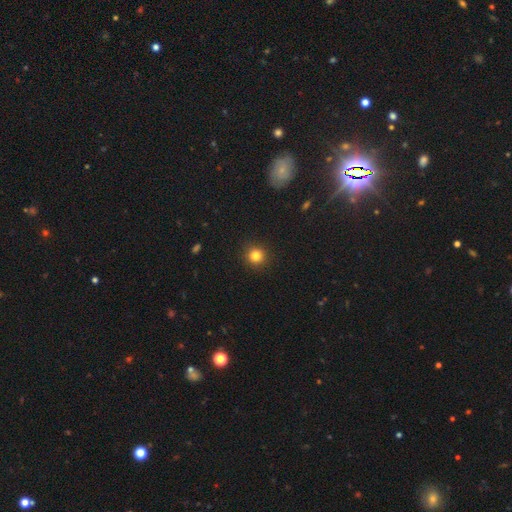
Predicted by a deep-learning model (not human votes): A smooth galaxy with no disk features (83%) that is round (93%).

Vote fractions:
- Smooth or featured? smooth: 83% / star or artifact: 12% / featured or disk: 5%
- How rounded? round: 93% / in between: 6% / cigar-shaped: 1%
- Merging? none: 92% / minor disturbance: 5% / major disturbance: 2% / merger: 1%